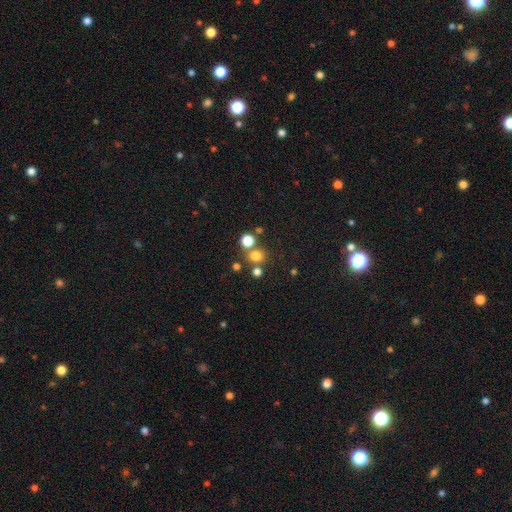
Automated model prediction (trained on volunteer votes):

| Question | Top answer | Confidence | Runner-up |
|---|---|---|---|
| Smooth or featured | smooth | 74% | star or artifact (19%) |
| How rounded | round | 87% | in between (12%) |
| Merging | none | 69% | merger (20%) |